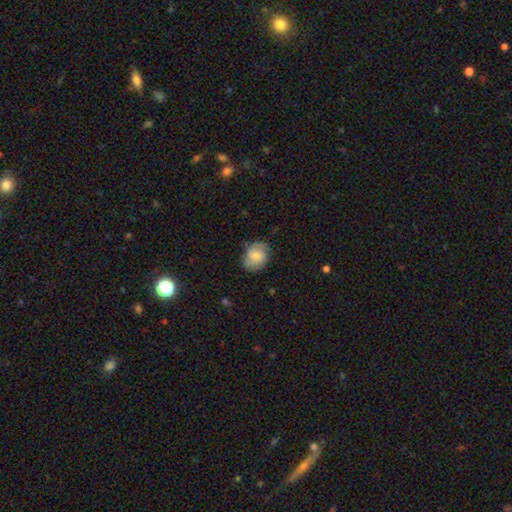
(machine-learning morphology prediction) Smooth or featured? Predicted: smooth (p=0.54). How rounded? Predicted: round (p=0.51). Merging? Predicted: none (p=0.71).